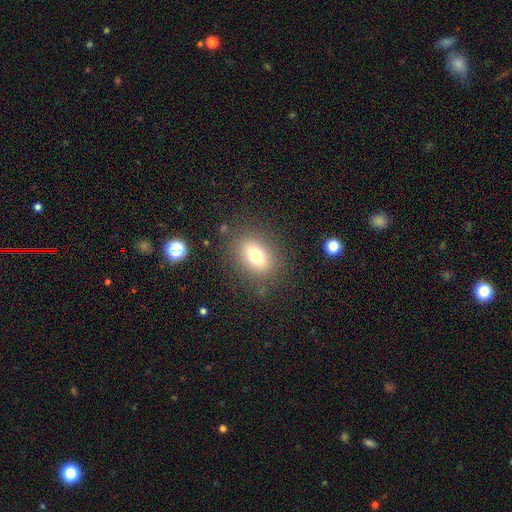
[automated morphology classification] Overall: smooth (73%). How rounded: in between (65%; round 33%). Merging: none (82%).